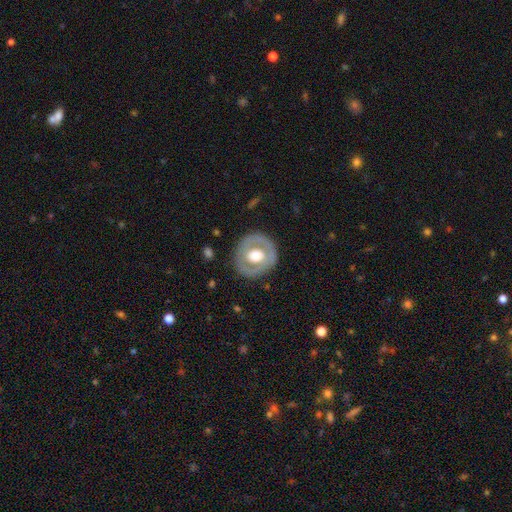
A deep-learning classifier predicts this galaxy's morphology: This appears to be a featured or disk galaxy (56%) with no bar (75%), no spiral arms (83%) and a moderate central bulge (53%). Merging: none (83%).